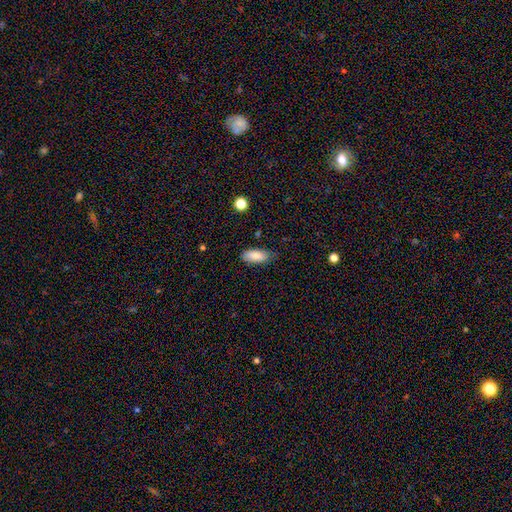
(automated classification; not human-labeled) Smooth or featured? Predicted: smooth (p=0.85). How rounded? Predicted: in between (p=0.87). Merging? Predicted: none (p=0.76).